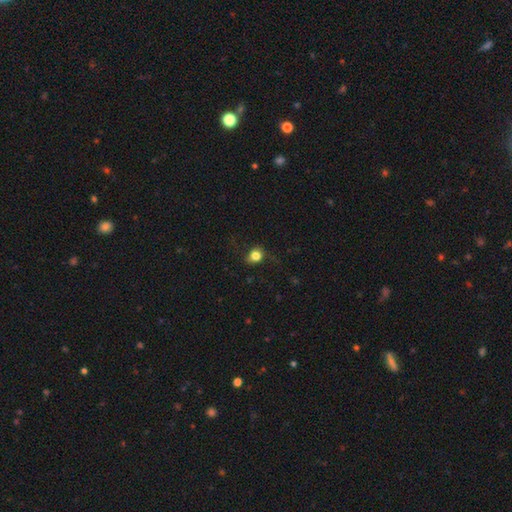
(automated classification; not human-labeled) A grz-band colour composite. It shows a smooth galaxy with no disk features (78%) that is round (75%). Merging: none (72%).